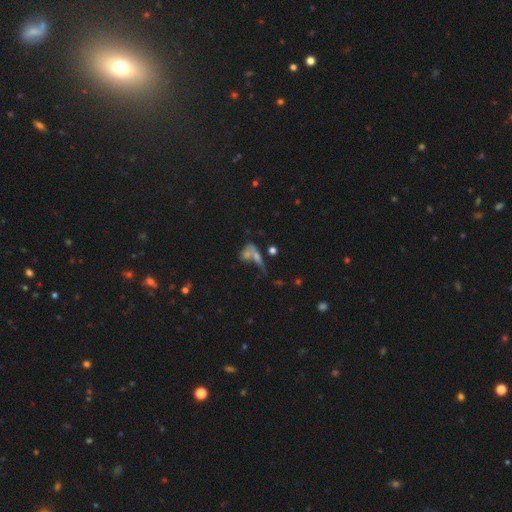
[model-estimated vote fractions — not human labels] Overall: smooth (54%; featured or disk 27%). How rounded: in between (50%; cigar-shaped 32%). Merging: merger (42%; none 35%).